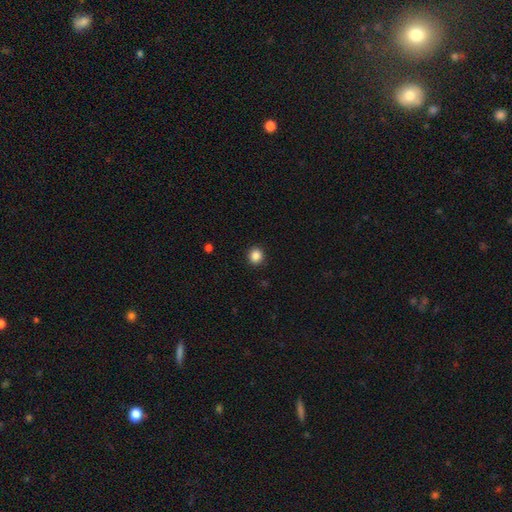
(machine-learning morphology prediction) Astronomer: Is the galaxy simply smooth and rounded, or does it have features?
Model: smooth — 87%.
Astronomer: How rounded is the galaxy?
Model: round — 84%.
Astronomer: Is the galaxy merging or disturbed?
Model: none — 91%.